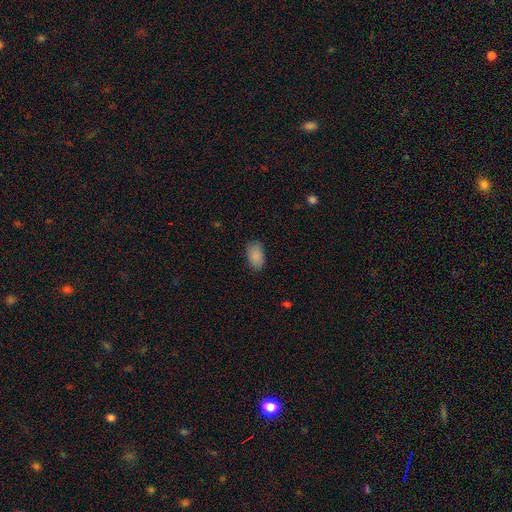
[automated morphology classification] The model was most divided on "merging": none: 83%, minor disturbance: 13%, major disturbance: 3%, merger: 1%. More confident: how rounded — in between (93%); smooth or featured — smooth (88%).